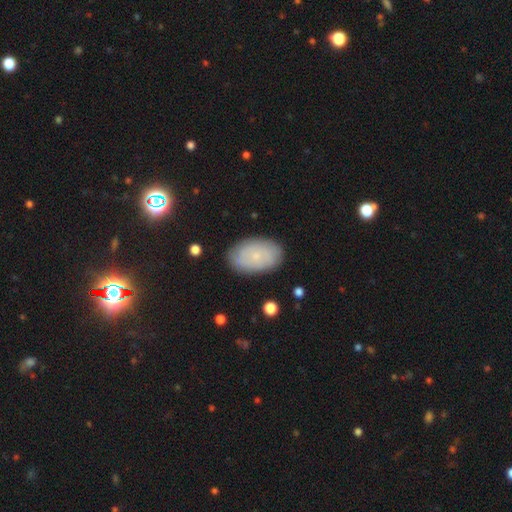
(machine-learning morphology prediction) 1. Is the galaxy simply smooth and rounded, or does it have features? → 63% smooth, 28% featured or disk, 9% star or artifact.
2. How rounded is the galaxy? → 91% in between, 7% round, 1% cigar-shaped.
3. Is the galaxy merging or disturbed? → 84% none, 11% minor disturbance, 3% major disturbance, 1% merger.